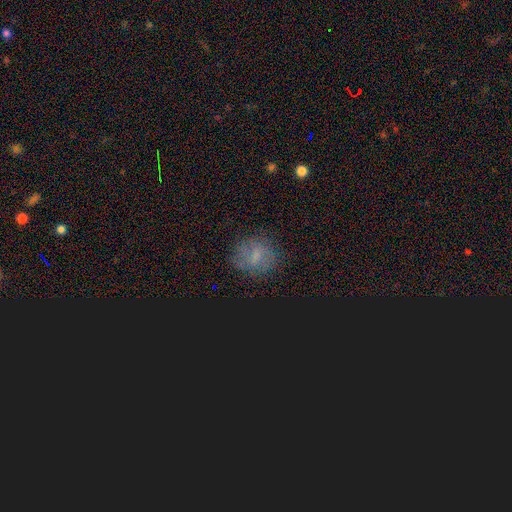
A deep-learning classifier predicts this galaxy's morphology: smooth 53%, featured or disk 24%, star or artifact 23%. Down the decision tree: how rounded — round (76%); merging — none (76%).